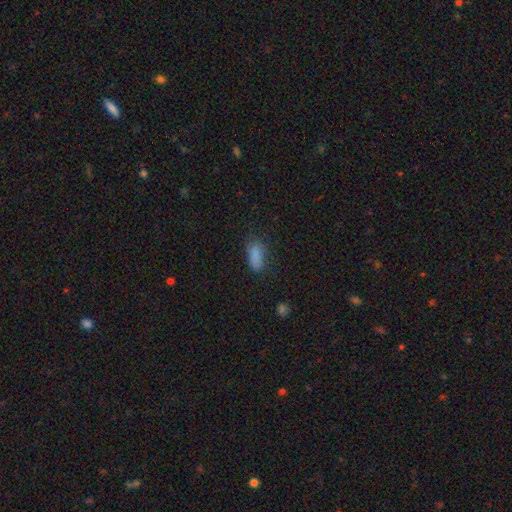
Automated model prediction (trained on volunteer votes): Smooth or featured?
  - smooth: 84% *
  - star or artifact: 11%
  - featured or disk: 6%
How rounded?
  - in between: 84% *
  - cigar-shaped: 13%
  - round: 4%
Merging?
  - none: 68% *
  - minor disturbance: 22%
  - major disturbance: 8%
  - merger: 2%